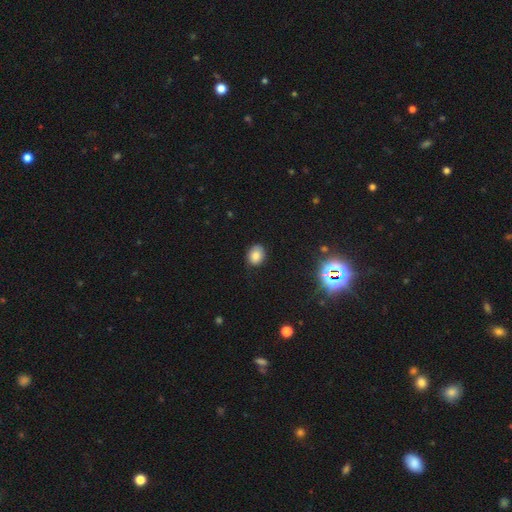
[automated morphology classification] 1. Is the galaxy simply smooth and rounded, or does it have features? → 81% smooth, 12% star or artifact, 7% featured or disk.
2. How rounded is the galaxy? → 53% in between, 46% round, 1% cigar-shaped.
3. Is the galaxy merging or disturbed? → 80% none, 16% minor disturbance, 3% major disturbance, 1% merger.